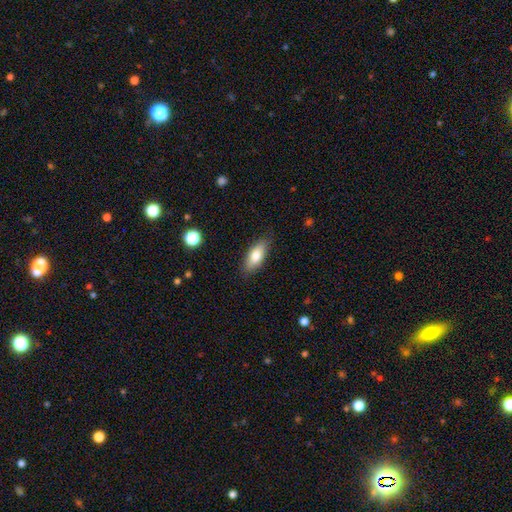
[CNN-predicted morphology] Smooth or featured: smooth — 78% (featured or disk — 16%)
How rounded: in between — 79% (cigar-shaped — 18%)
Merging: none — 84% (minor disturbance — 12%)